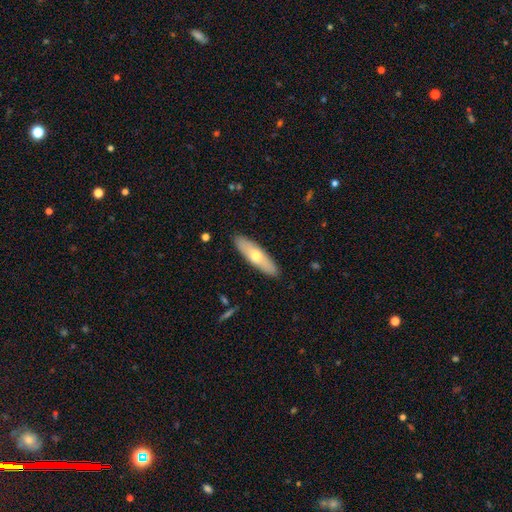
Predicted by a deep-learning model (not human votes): smooth-or-featured: smooth: 57% | featured or disk: 37% | star or artifact: 5%
  how-rounded: cigar-shaped: 57% | in between: 40% | round: 2%
  merging: none: 90% | minor disturbance: 8% | major disturbance: 2% | merger: 1%